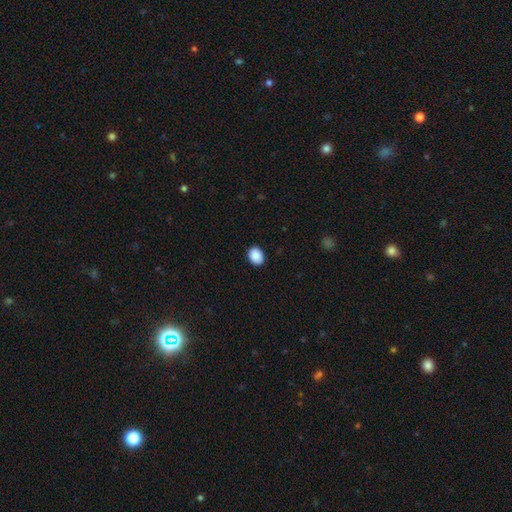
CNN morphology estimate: This appears to be a smooth galaxy with no disk features (90%) that is in between round and cigar-shaped (63%). Merging: none (89%).